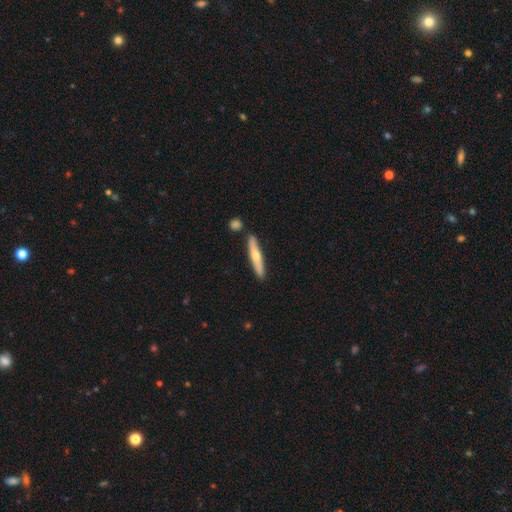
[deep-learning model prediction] smooth_or_featured: featured or disk (p=0.48) [alt: smooth p=0.46]
merging: none (p=0.84) [alt: minor disturbance p=0.09]